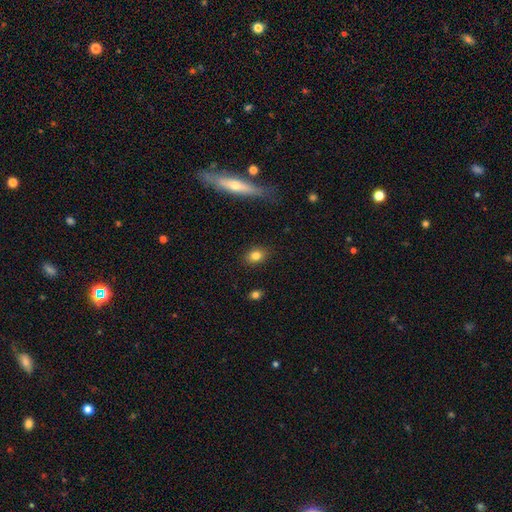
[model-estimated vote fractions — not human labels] Overall: smooth (82%). How rounded: in between (62%; round 36%). Merging: none (86%).